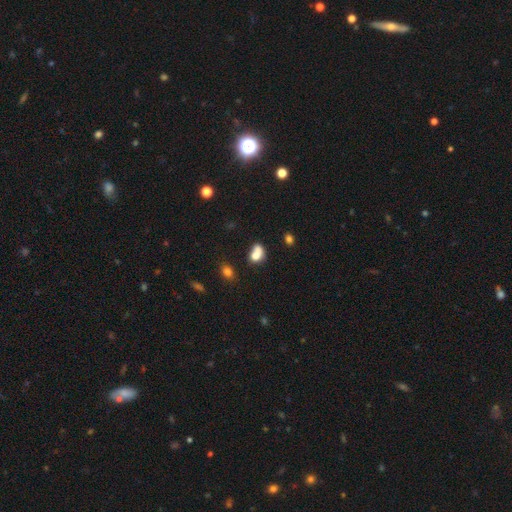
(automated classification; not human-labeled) Smooth or featured? smooth (74%)
How rounded? in between (66%)
Merging? merger (41%)